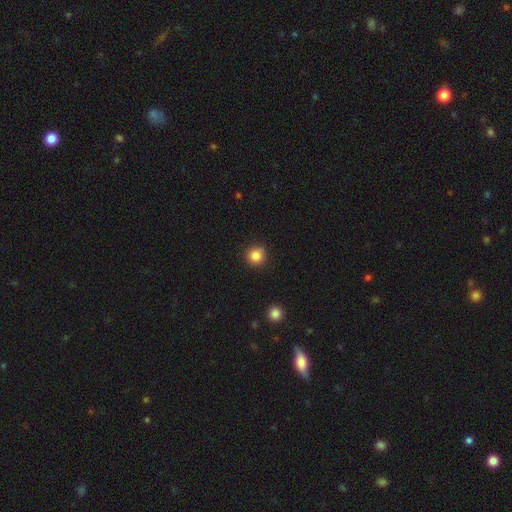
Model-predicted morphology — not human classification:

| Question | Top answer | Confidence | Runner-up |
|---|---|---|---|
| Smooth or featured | smooth | 85% | star or artifact (11%) |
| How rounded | round | 93% | in between (7%) |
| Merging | none | 87% | minor disturbance (9%) |